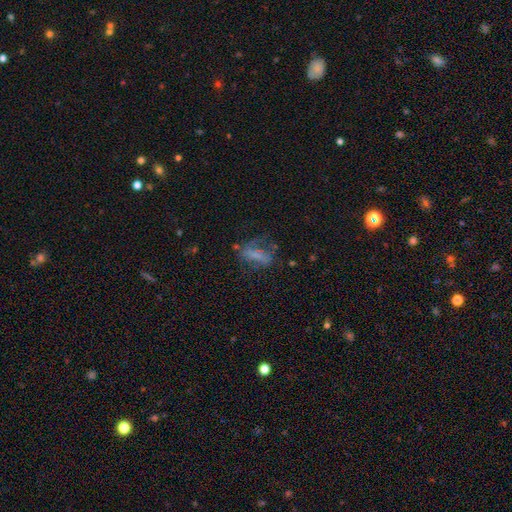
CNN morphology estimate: This appears to be a featured or disk galaxy (43%). Merging: none (41%).